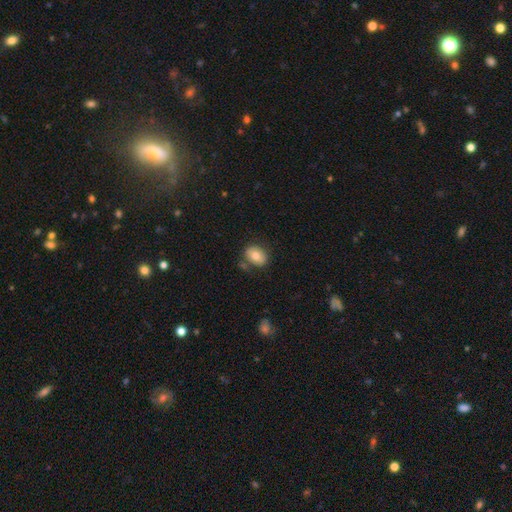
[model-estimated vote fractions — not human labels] Morphology: type=smooth (75%); roundness=in between (63%); merging=none (72%).